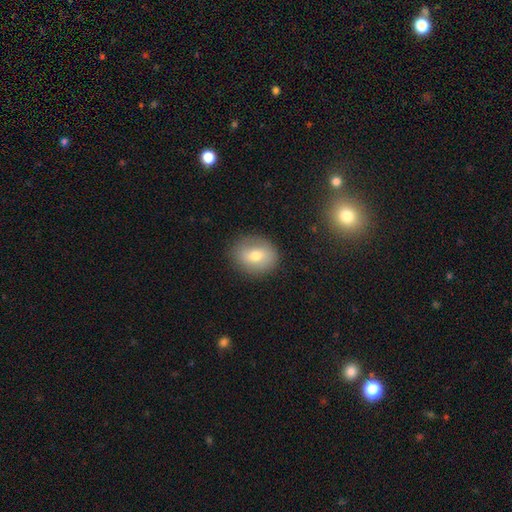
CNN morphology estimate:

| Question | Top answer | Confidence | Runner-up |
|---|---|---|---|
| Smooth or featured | smooth | 68% | featured or disk (22%) |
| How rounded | round | 65% | in between (34%) |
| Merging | none | 85% | minor disturbance (10%) |